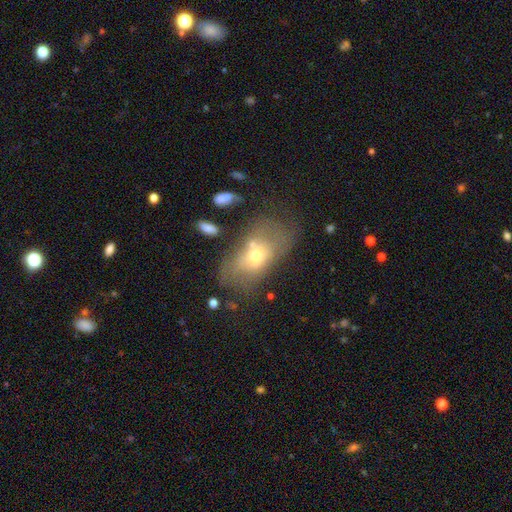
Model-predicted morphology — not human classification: Overall: smooth (58%; featured or disk 31%). How rounded: in between (85%). Merging: none (41%; minor disturbance 23%).